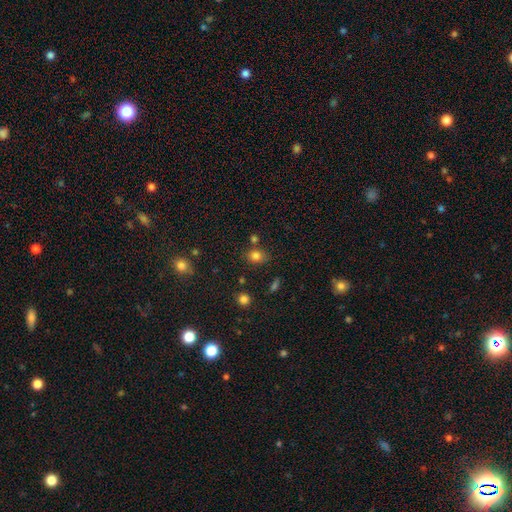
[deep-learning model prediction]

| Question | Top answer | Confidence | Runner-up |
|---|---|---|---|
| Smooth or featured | smooth | 80% | star or artifact (13%) |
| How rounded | round | 54% | in between (44%) |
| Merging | none | 70% | minor disturbance (15%) |